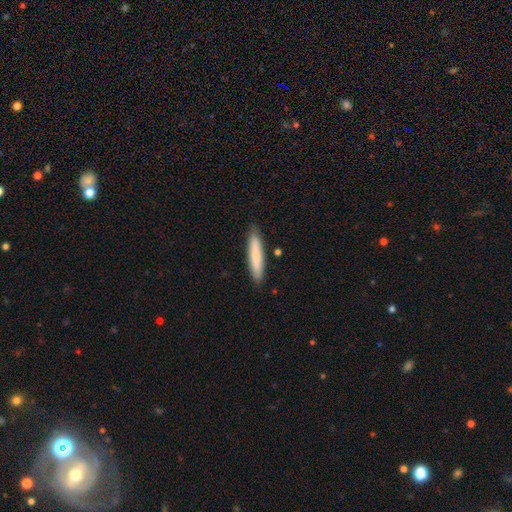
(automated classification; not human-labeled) Morphology: type=smooth (77%); roundness=cigar-shaped (89%); merging=none (87%).